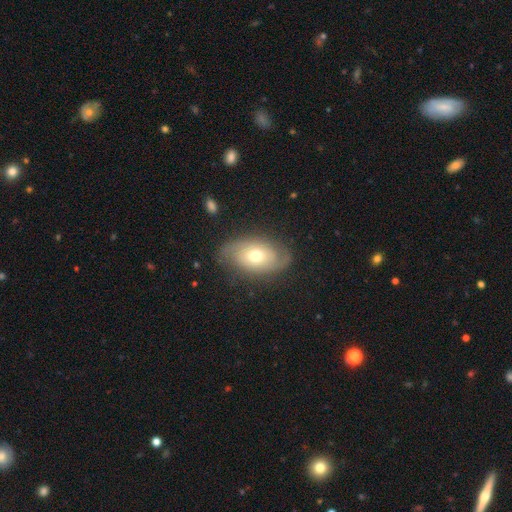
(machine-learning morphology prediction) This appears to be a featured or disk galaxy (56%) with no bar (78%), spiral arms (75%) and a moderate central bulge (64%). Merging: none (77%).